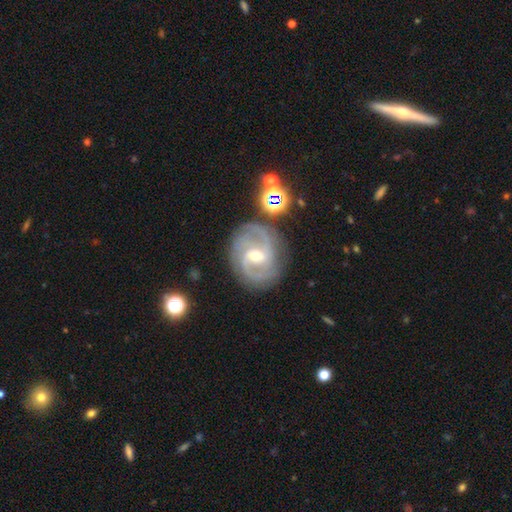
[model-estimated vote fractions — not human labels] smooth-or-featured: featured or disk: 89% | star or artifact: 6% | smooth: 5%
  disk-edge-on: no: 98% | yes: 2%
    bar: weak: 51% | no: 26% | strong: 23%
    has-spiral-arms: yes: 98% | no: 2%
      spiral-winding: medium: 51% | tight: 38% | loose: 12%
      spiral-arm-count: 2: 63% | 3: 19% | can't tell: 8% | 4: 4% | 1: 3% | more than 4: 3%
    bulge-size: moderate: 49% | small: 48% | large: 1% | none: 1% | dominant: 1%
  merging: none: 76% | minor disturbance: 15% | major disturbance: 5% | merger: 3%